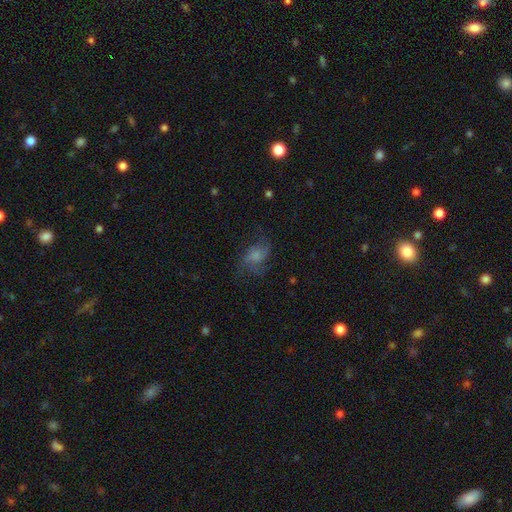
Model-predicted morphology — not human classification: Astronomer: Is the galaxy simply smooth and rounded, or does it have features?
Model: smooth — 50% (runner-up: featured or disk, 38%).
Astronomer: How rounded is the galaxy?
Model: in between — 70%.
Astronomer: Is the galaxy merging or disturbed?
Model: none — 53%.